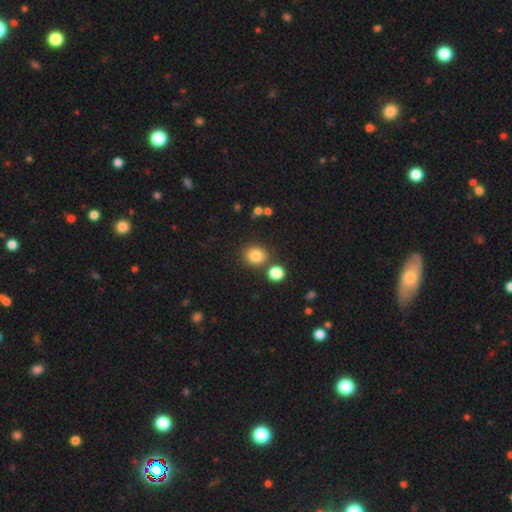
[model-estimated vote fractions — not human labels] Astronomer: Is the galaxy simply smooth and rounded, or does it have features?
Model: smooth — 83%.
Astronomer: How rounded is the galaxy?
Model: round — 76%.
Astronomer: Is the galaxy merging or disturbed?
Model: none — 77%.